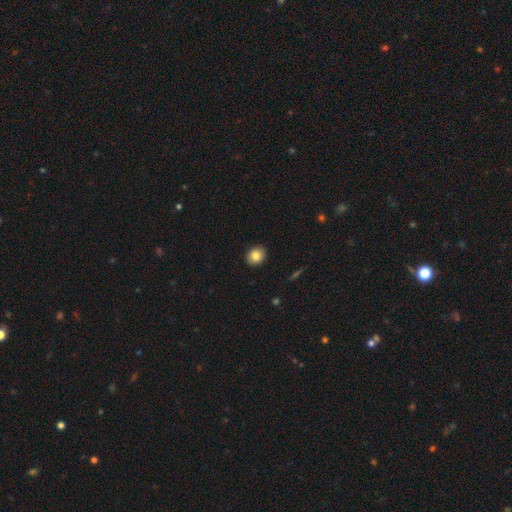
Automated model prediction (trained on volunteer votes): Smooth or featured? Predicted: smooth (p=0.84). How rounded? Predicted: round (p=0.63). Merging? Predicted: none (p=0.91).